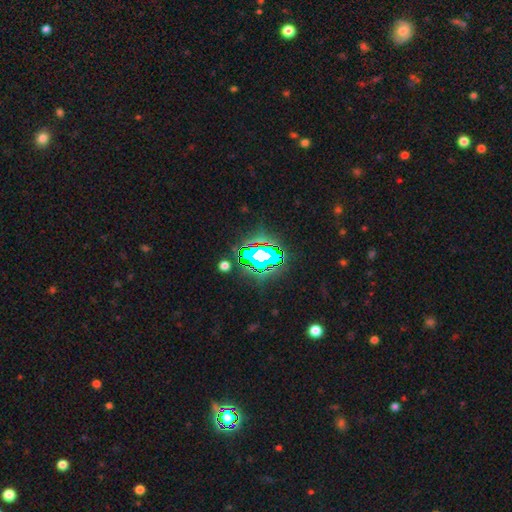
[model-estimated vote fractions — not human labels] This appears to be a star or artifact, not a galaxy (74%).